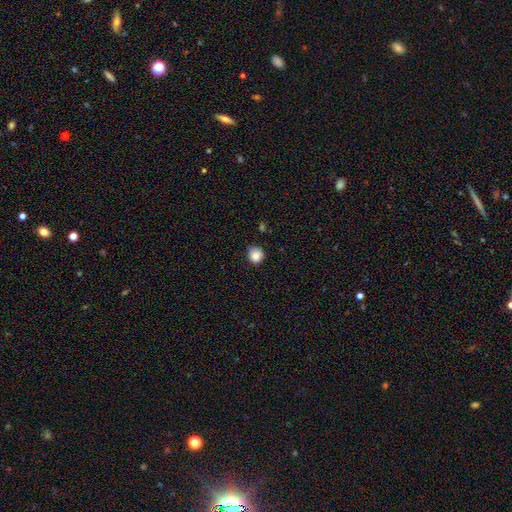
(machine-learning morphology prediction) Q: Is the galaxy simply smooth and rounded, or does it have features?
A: smooth — 85%.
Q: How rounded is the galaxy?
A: round — 85%.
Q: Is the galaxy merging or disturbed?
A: none — 76%.